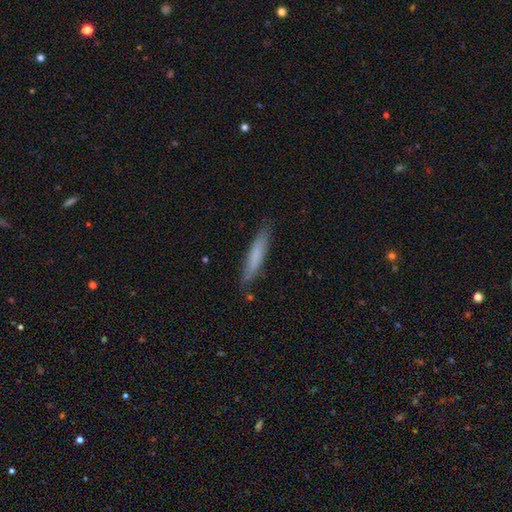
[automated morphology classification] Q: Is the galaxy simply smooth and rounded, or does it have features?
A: smooth — 74%.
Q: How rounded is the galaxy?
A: cigar-shaped — 89%.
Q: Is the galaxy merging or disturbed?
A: none — 81%.